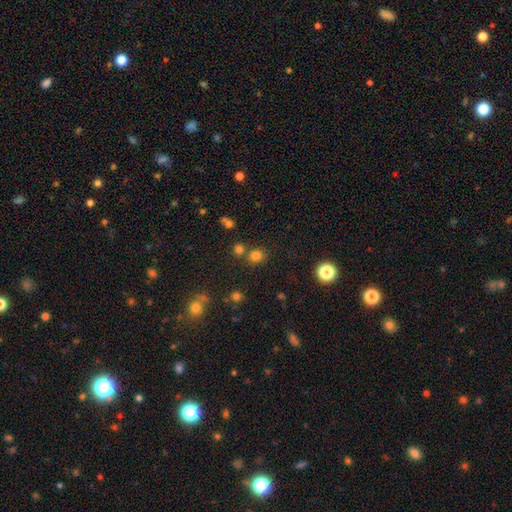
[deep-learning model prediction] smooth-or-featured: smooth: 76% | star or artifact: 18% | featured or disk: 6%
  how-rounded: round: 83% | in between: 16% | cigar-shaped: 1%
  merging: none: 73% | merger: 15% | minor disturbance: 9% | major disturbance: 3%